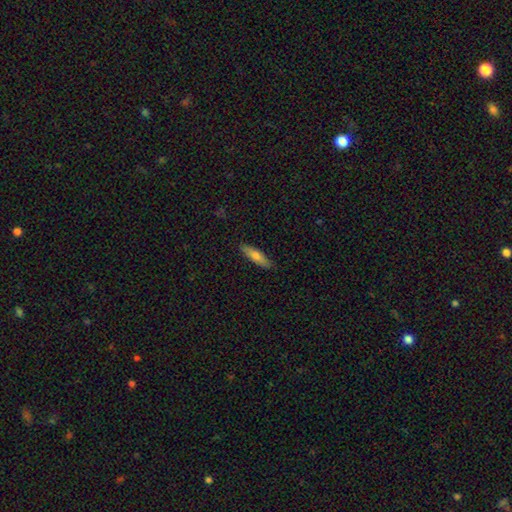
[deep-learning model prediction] smooth_or_featured: smooth (p=0.65) [alt: featured or disk p=0.29]
how_rounded: cigar-shaped (p=0.69) [alt: in between p=0.29]
merging: none (p=0.89) [alt: minor disturbance p=0.09]